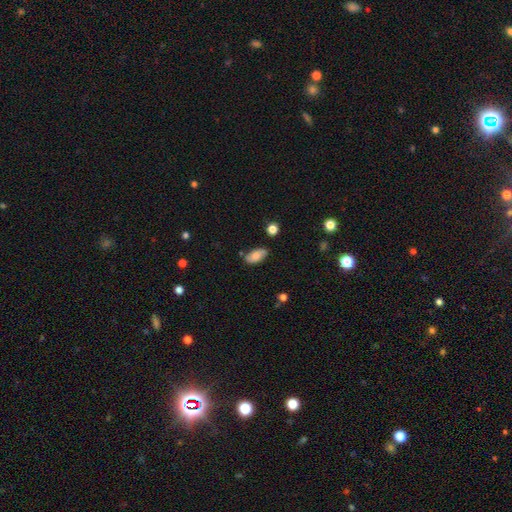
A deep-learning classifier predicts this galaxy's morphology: Smooth or featured?
  - smooth: 72% *
  - featured or disk: 21%
  - star or artifact: 8%
How rounded?
  - in between: 92% *
  - cigar-shaped: 4%
  - round: 3%
Merging?
  - none: 77% *
  - minor disturbance: 16%
  - merger: 4%
  - major disturbance: 3%